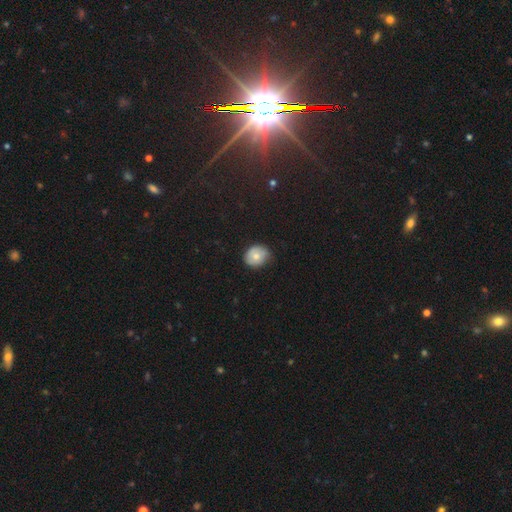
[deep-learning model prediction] The model was most divided on "how rounded": round: 67%, in between: 33%, cigar-shaped: 1%. More confident: smooth or featured — smooth (72%); merging — none (71%).